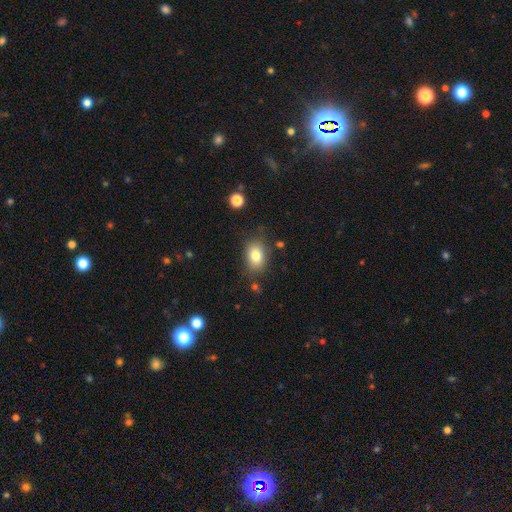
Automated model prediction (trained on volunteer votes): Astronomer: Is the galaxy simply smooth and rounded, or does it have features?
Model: smooth — 81%.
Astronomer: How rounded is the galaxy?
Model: in between — 76%.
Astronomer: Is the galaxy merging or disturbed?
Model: none — 78%.